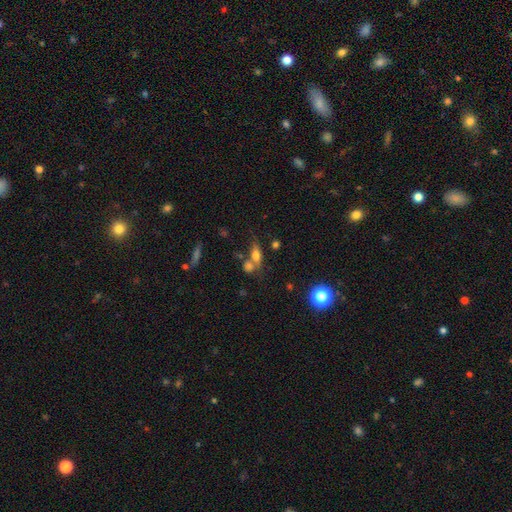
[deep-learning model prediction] A smooth galaxy with no disk features (61%) that is in between round and cigar-shaped (57%).

Vote fractions:
- Smooth or featured? smooth: 61% / featured or disk: 26% / star or artifact: 14%
- How rounded? in between: 57% / cigar-shaped: 26% / round: 17%
- Merging? none: 44% / merger: 36% / minor disturbance: 13% / major disturbance: 7%